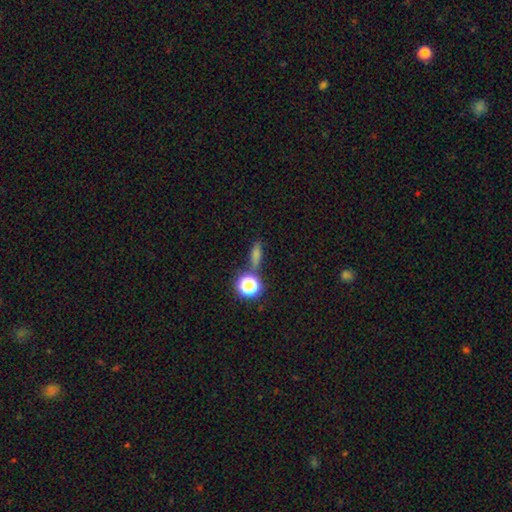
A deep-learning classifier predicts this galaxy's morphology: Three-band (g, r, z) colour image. It shows a smooth galaxy with no disk features (60%) that is cigar-shaped (37%, tied with in between). Merging: none (70%).